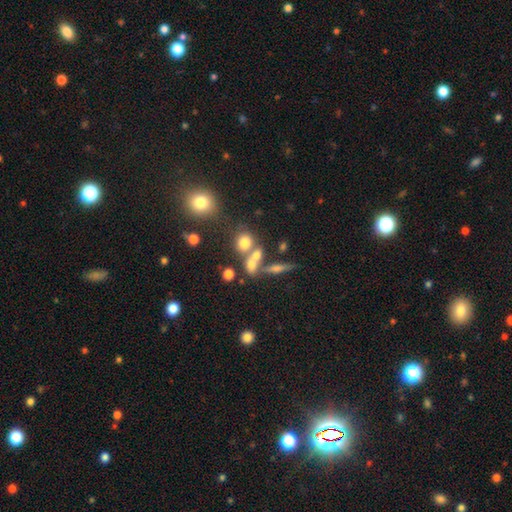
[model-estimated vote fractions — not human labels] Smooth or featured? star or artifact (36%)